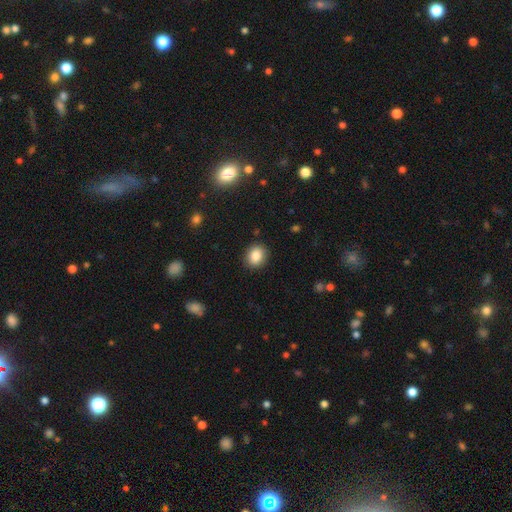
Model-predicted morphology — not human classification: A smooth galaxy with no disk features (85%) that is round (66%).

Vote fractions:
- Smooth or featured? smooth: 85% / star or artifact: 9% / featured or disk: 6%
- How rounded? round: 66% / in between: 33% / cigar-shaped: 1%
- Merging? none: 89% / minor disturbance: 7% / major disturbance: 2% / merger: 1%